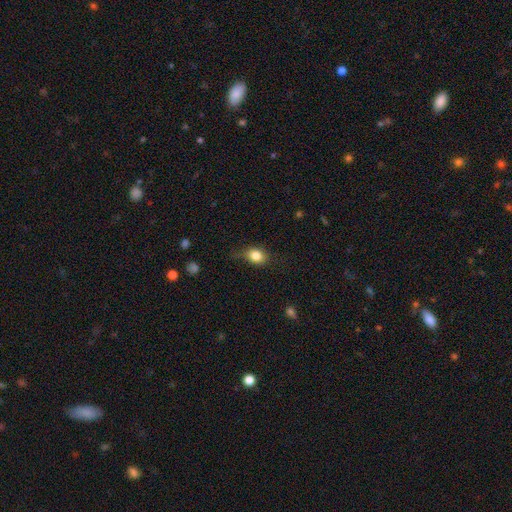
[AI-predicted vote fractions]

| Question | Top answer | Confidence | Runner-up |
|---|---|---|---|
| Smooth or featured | smooth | 82% | star or artifact (10%) |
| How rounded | in between | 52% | round (46%) |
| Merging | none | 63% | minor disturbance (26%) |